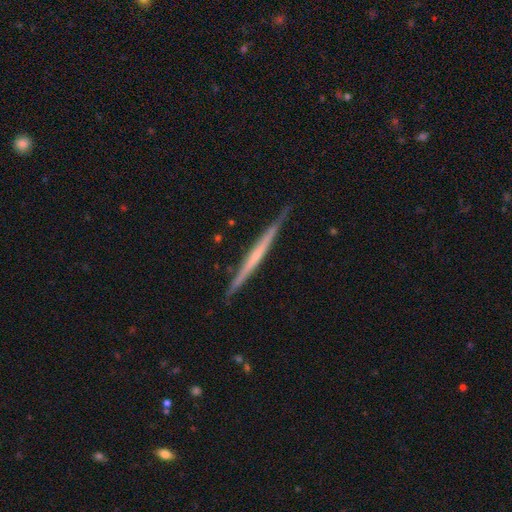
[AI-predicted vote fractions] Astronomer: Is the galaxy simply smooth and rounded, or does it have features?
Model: featured or disk — 69%.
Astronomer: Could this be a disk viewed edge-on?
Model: yes — 98%.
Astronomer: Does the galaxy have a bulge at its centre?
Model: none — 70%.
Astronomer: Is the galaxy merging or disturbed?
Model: none — 88%.